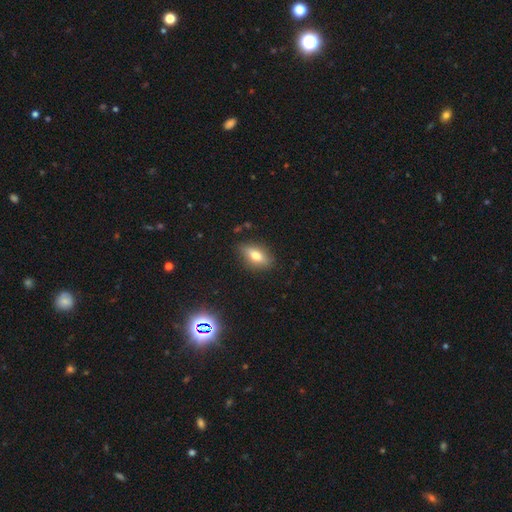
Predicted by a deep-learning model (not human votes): smooth_or_featured: smooth (p=0.70) [alt: featured or disk p=0.21]
how_rounded: in between (p=0.80) [alt: cigar-shaped p=0.13]
merging: none (p=0.83) [alt: minor disturbance p=0.13]